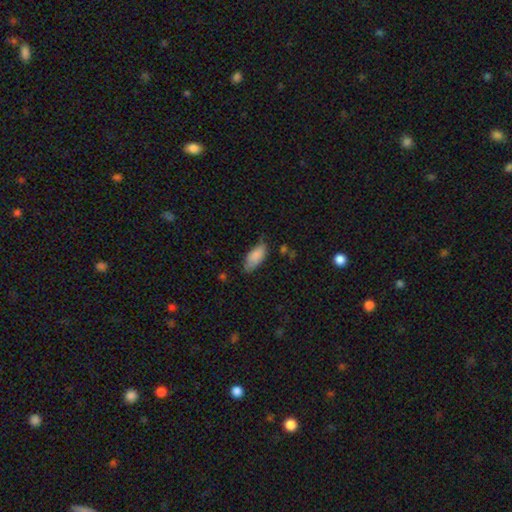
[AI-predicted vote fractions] Smooth or featured?
  - smooth: 86% *
  - featured or disk: 7%
  - star or artifact: 6%
How rounded?
  - in between: 88% *
  - cigar-shaped: 10%
  - round: 2%
Merging?
  - none: 64% *
  - minor disturbance: 29%
  - major disturbance: 5%
  - merger: 2%